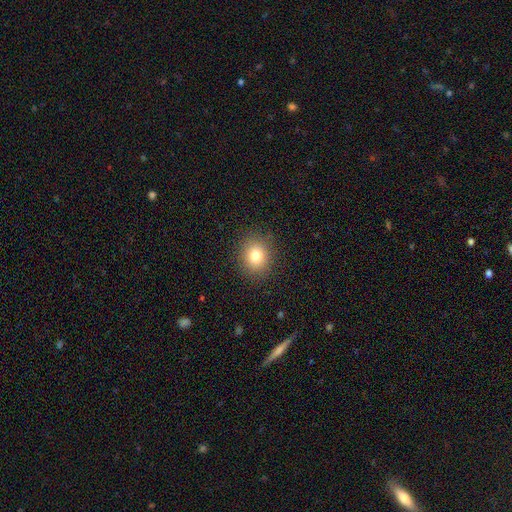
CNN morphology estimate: A smooth galaxy with no disk features (79%) that is round (73%). Merging: none (89%).